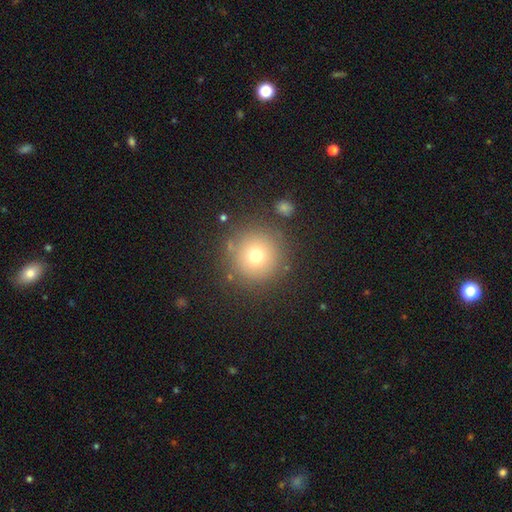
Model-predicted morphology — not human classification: The model was most divided on "smooth or featured": smooth: 71%, star or artifact: 16%, featured or disk: 13%. More confident: how rounded — round (96%); merging — none (86%).